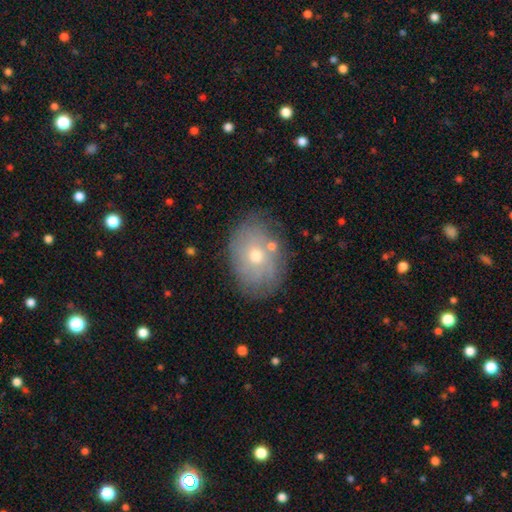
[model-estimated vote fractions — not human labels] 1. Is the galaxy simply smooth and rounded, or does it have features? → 48% featured or disk, 42% smooth, 10% star or artifact.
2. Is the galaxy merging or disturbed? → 75% none, 16% minor disturbance, 5% major disturbance, 4% merger.